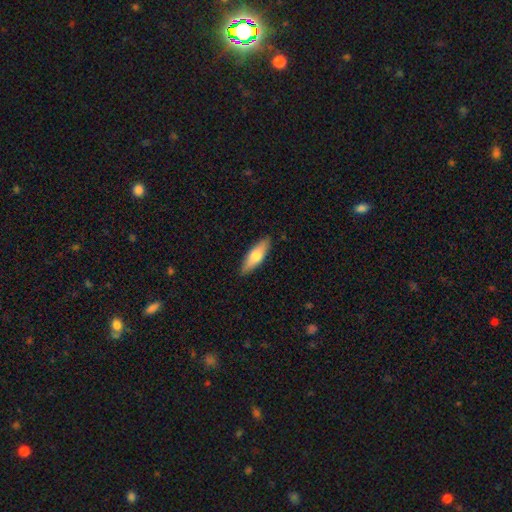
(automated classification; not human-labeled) A smooth galaxy with no disk features (66%) that is in between round and cigar-shaped (52%).

Vote fractions:
- Smooth or featured? smooth: 66% / featured or disk: 28% / star or artifact: 6%
- How rounded? in between: 52% / cigar-shaped: 45% / round: 2%
- Merging? none: 88% / minor disturbance: 9% / major disturbance: 2% / merger: 1%